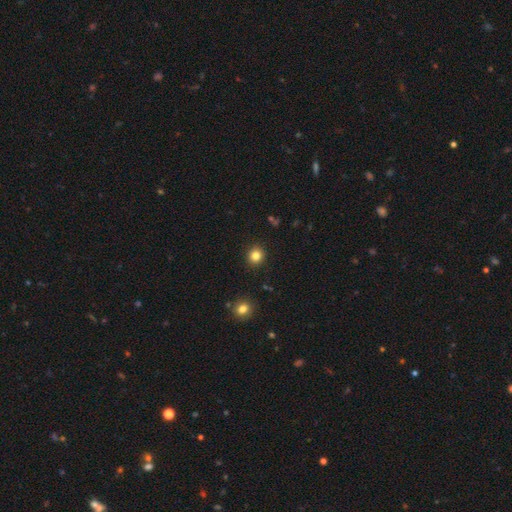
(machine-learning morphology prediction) Overall: smooth (82%). How rounded: round (88%). Merging: none (91%).